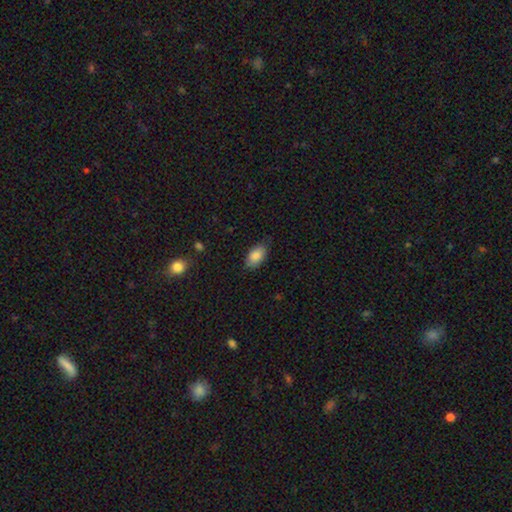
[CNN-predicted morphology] Q: Smooth or featured?
A: smooth (86%); runner-up: featured or disk (7%)
Q: How rounded?
A: in between (94%); runner-up: round (4%)
Q: Merging?
A: none (79%); runner-up: minor disturbance (17%)